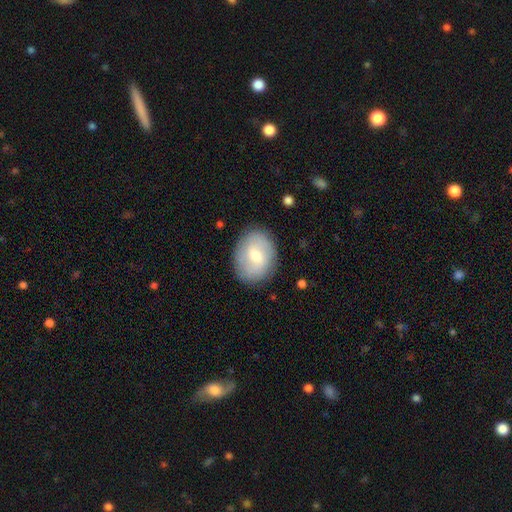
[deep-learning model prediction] This is possibly a smooth galaxy (58%). How rounded: possibly in between (55%). Merging: clearly none (83%).